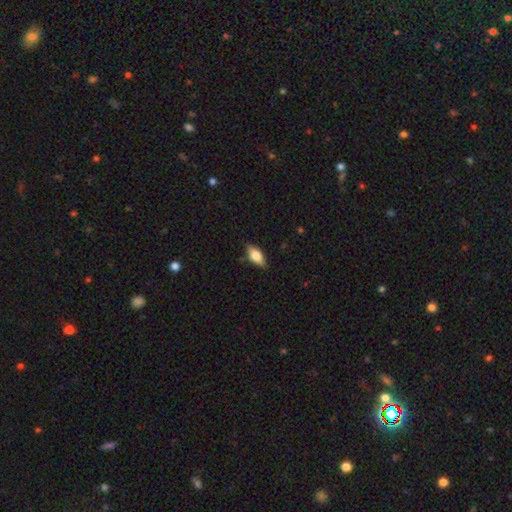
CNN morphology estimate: Q: Smooth or featured?
A: smooth (66%); runner-up: featured or disk (26%)
Q: How rounded?
A: in between (84%); runner-up: cigar-shaped (12%)
Q: Merging?
A: none (81%); runner-up: minor disturbance (15%)